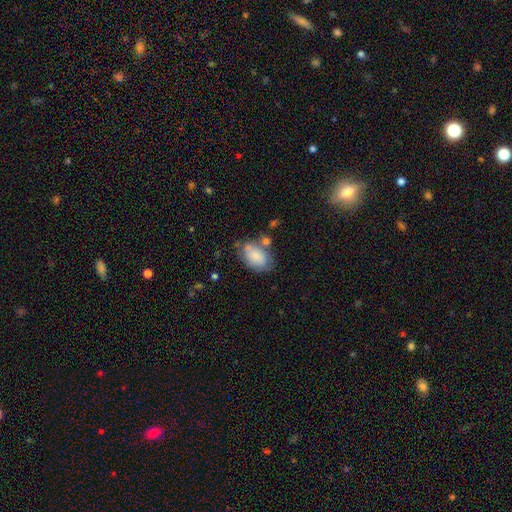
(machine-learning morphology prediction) smooth_or_featured: smooth (p=0.76) [alt: featured or disk p=0.17]
how_rounded: in between (p=0.90) [alt: round p=0.08]
merging: none (p=0.55) [alt: minor disturbance p=0.23]